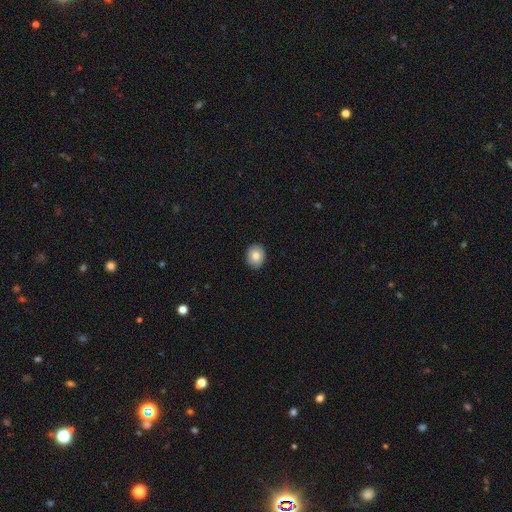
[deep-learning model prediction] Smooth or featured? Predicted: smooth (p=0.81). How rounded? Predicted: round (p=0.63). Merging? Predicted: none (p=0.89).